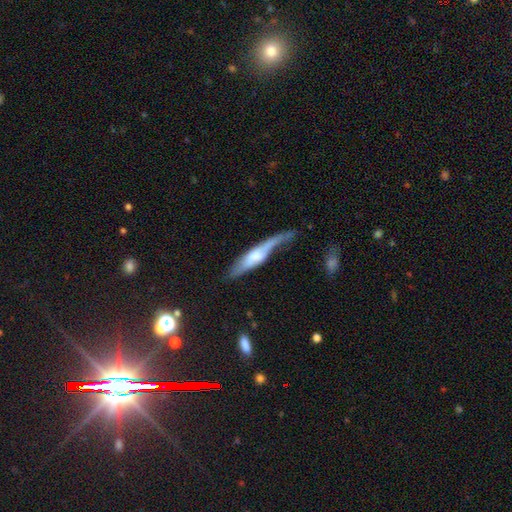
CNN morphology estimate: This appears to be a smooth galaxy with no disk features (48%). Merging: minor disturbance (32%).